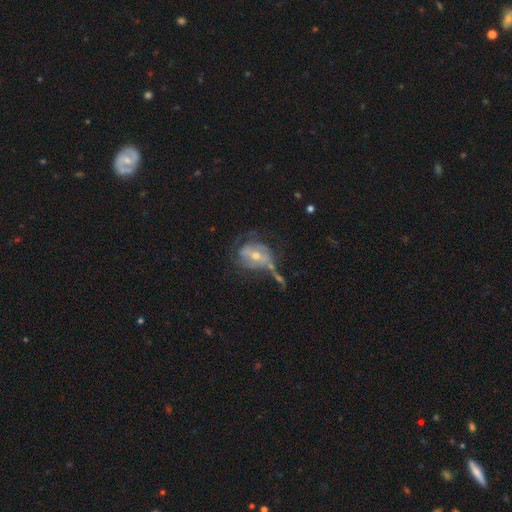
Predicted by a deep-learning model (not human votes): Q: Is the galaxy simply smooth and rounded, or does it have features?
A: featured or disk — 68%.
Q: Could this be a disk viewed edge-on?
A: no — 94%.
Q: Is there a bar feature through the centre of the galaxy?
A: weak — 39%.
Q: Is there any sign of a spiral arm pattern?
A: yes — 59%.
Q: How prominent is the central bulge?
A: moderate — 56%.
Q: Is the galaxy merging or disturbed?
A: none — 34%.